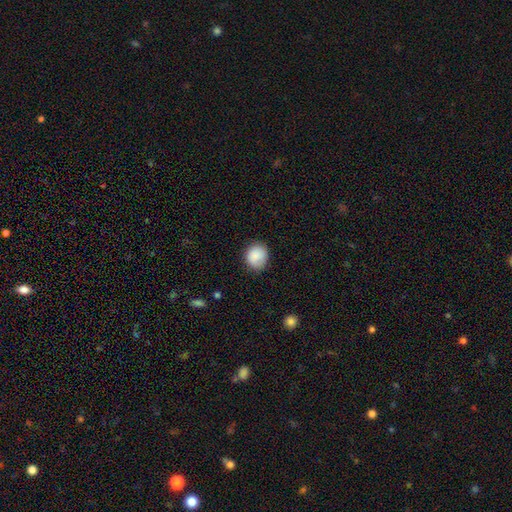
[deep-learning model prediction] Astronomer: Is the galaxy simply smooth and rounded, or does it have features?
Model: smooth — 87%.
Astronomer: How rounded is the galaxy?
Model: round — 71%.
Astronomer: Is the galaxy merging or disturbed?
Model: none — 79%.